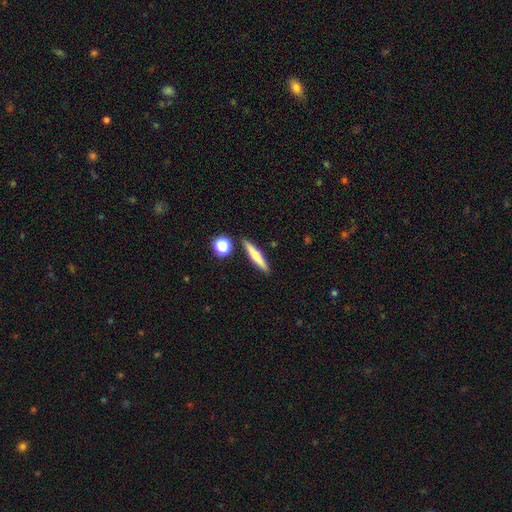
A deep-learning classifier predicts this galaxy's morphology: smooth 62%, featured or disk 31%, star or artifact 8%. Down the decision tree: how rounded — cigar-shaped (87%); merging — none (87%).